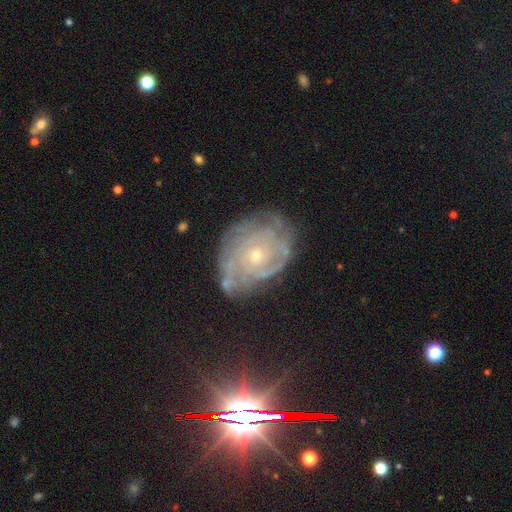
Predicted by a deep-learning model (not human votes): This appears to be a featured or disk galaxy (82%) with no bar (81%), tight (75%) spiral arms (91%) and a small central bulge (69%). Merging: none (68%).